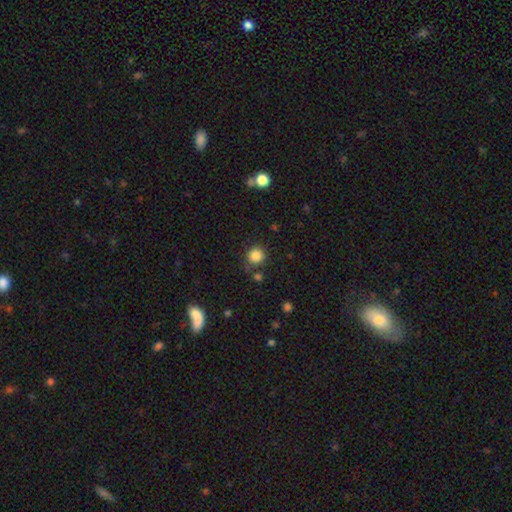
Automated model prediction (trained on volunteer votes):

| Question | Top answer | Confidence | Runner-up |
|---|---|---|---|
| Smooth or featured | smooth | 84% | star or artifact (12%) |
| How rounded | round | 92% | in between (7%) |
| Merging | none | 83% | minor disturbance (9%) |